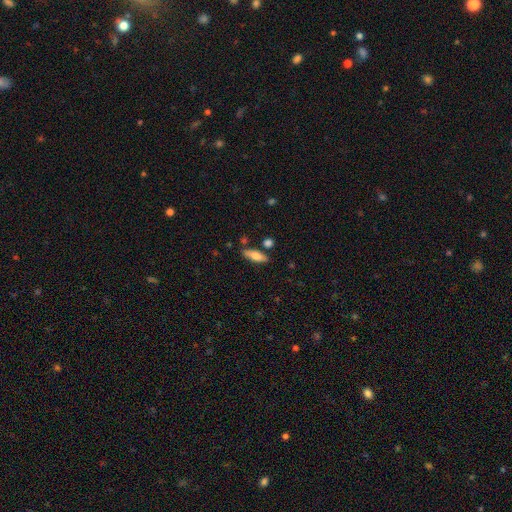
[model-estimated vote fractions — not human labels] smooth 71%, featured or disk 23%, star or artifact 7%. Down the decision tree: how rounded — in between (54%); merging — none (79%).